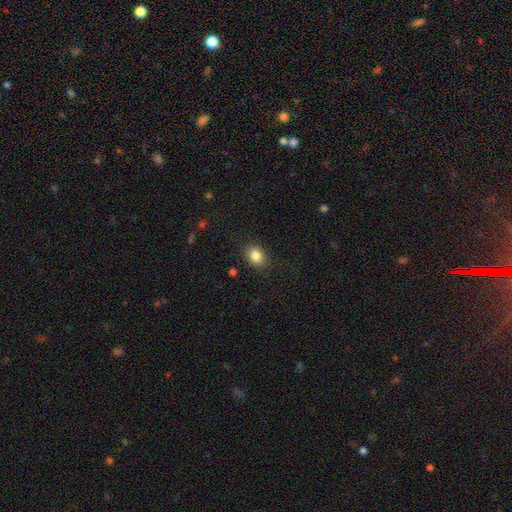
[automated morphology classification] Smooth or featured: smooth — 85% (star or artifact — 10%)
How rounded: round — 52% (in between — 47%)
Merging: none — 85% (minor disturbance — 11%)